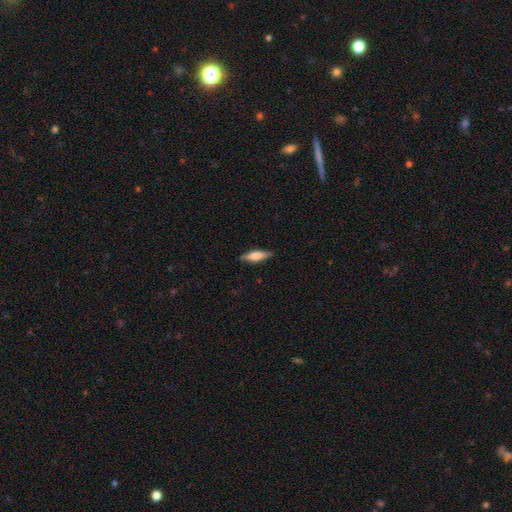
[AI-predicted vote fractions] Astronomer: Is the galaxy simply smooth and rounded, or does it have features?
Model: smooth — 60%.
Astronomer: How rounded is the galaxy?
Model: cigar-shaped — 55% (runner-up: in between, 42%).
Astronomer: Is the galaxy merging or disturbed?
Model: none — 84%.